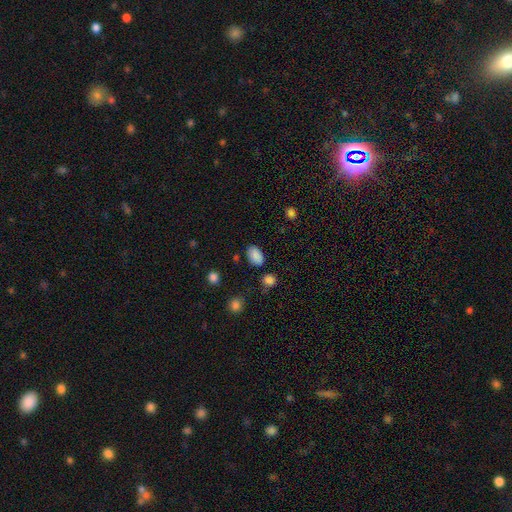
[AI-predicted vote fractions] This appears to be a smooth galaxy with no disk features (86%) that is in between round and cigar-shaped (90%). Merging: none (81%).